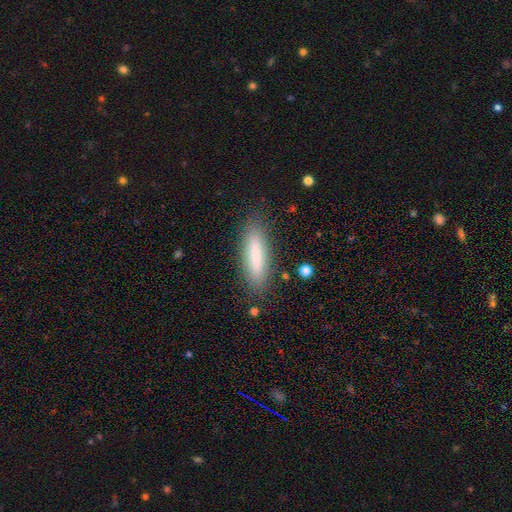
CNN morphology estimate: Smooth or featured? smooth (81%)
How rounded? cigar-shaped (70%)
Merging? none (86%)